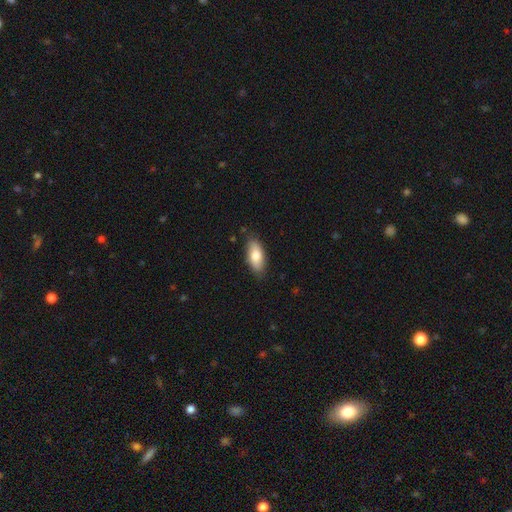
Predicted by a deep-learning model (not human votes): Overall: smooth (77%). How rounded: in between (86%). Merging: none (84%).